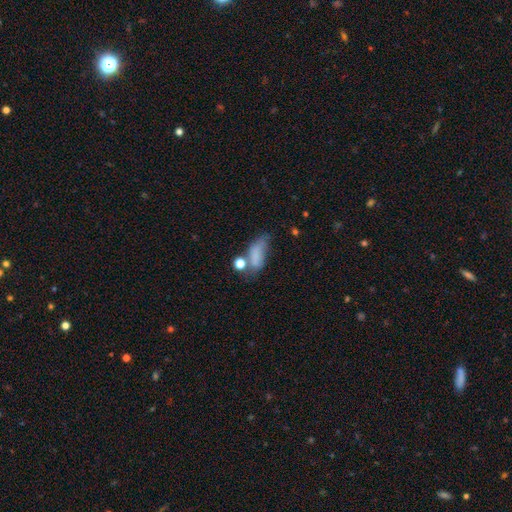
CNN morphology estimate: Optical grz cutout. It shows a smooth galaxy with no disk features (68%) that is in between round and cigar-shaped (81%). Merging: major disturbance (29%, tied with none).